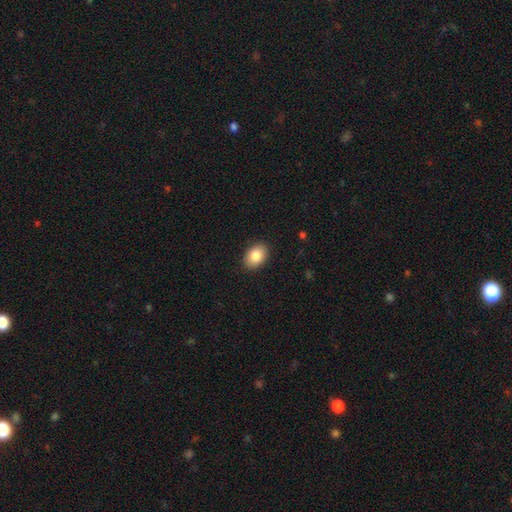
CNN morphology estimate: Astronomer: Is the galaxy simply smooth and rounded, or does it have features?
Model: smooth — 86%.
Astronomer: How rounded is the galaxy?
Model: in between — 83%.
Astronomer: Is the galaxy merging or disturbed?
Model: none — 89%.